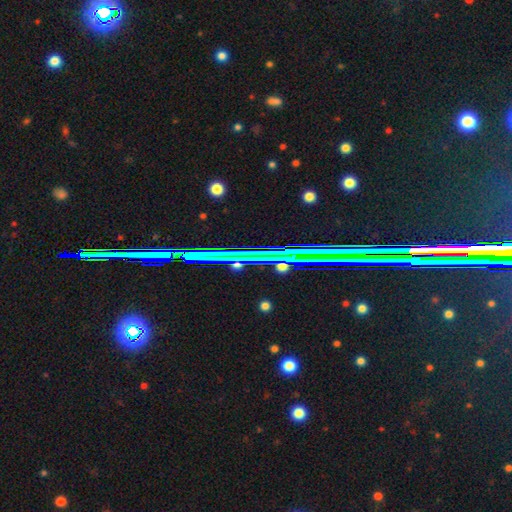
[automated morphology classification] Overall: star or artifact (74%).